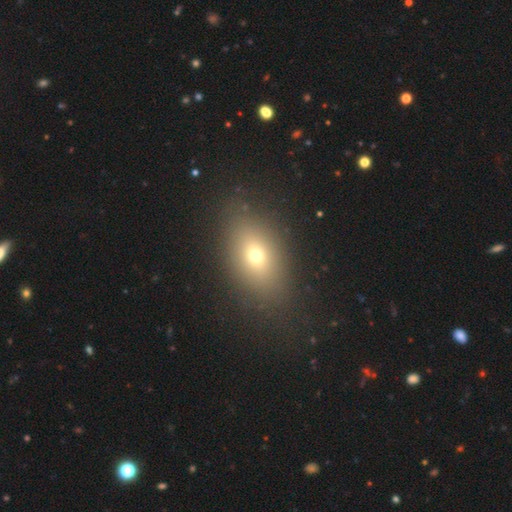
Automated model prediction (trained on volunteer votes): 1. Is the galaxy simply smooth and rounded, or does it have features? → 67% smooth, 17% star or artifact, 16% featured or disk.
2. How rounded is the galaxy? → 78% in between, 18% round, 4% cigar-shaped.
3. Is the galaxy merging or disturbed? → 84% none, 10% minor disturbance, 5% major disturbance, 1% merger.